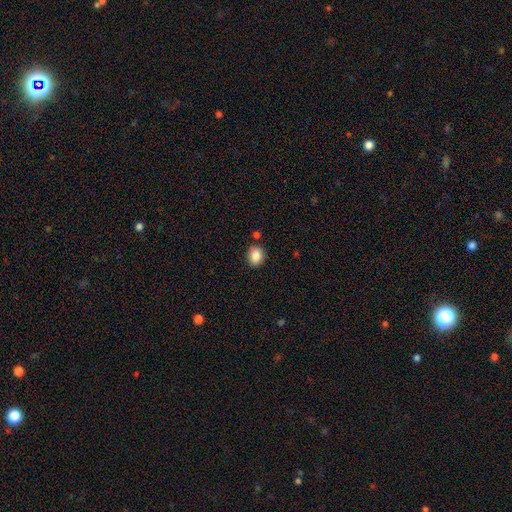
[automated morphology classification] Smooth or featured? smooth (85%)
How rounded? round (53%)
Merging? none (84%)